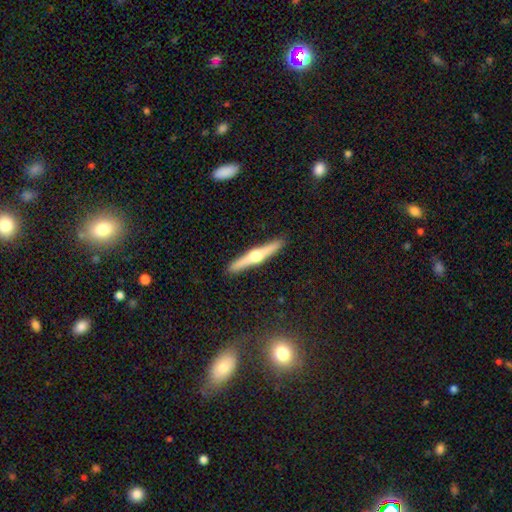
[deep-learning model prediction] featured or disk 71%, smooth 24%, star or artifact 5%. Down the decision tree: edge-on disk — yes (98%); edge-on bulge — rounded (95%); merging — none (92%).